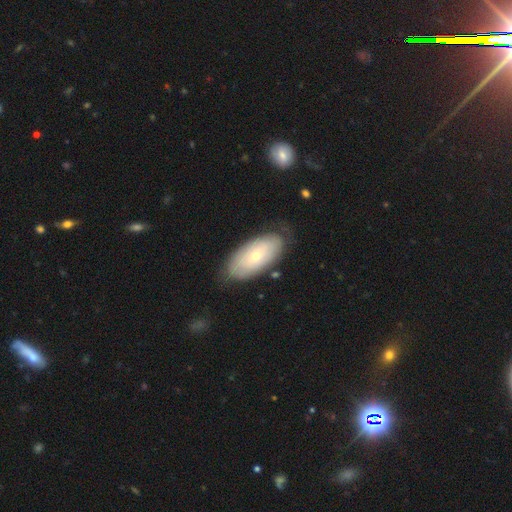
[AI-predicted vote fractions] A smooth galaxy with no disk features (49%). Merging: none (76%).